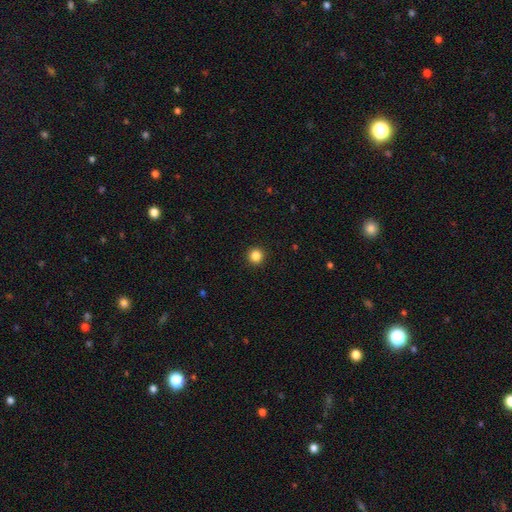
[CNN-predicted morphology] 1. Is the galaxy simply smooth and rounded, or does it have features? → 85% smooth, 11% star or artifact, 4% featured or disk.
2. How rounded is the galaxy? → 95% round, 4% in between, 1% cigar-shaped.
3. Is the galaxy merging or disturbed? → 94% none, 4% minor disturbance, 1% major disturbance, 1% merger.